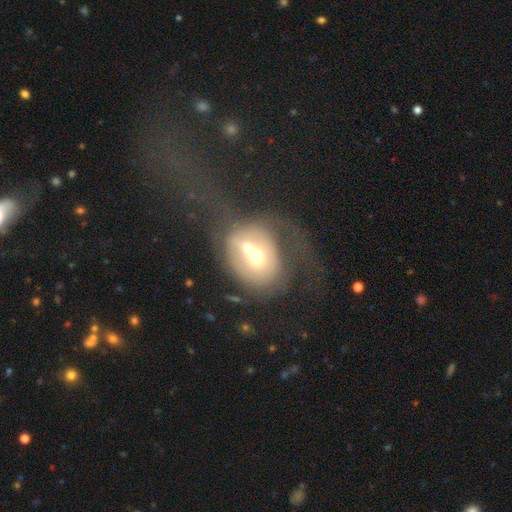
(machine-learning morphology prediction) smooth_or_featured: featured or disk (p=0.46) [alt: smooth p=0.43]
merging: merger (p=0.65) [alt: major disturbance p=0.16]